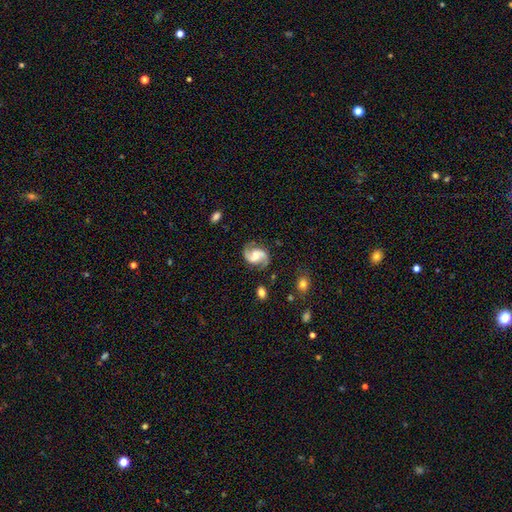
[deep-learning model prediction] smooth_or_featured: featured or disk (p=0.89) [alt: smooth p=0.06]
disk_edge_on: no (p=0.98) [alt: yes p=0.02]
bar: no (p=0.44) [alt: weak p=0.42]
has_spiral_arms: yes (p=0.98) [alt: no p=0.02]
spiral_winding: medium (p=0.49) [alt: loose p=0.40]
spiral_arm_count: 2 (p=0.94) [alt: can't tell p=0.02]
bulge_size: moderate (p=0.49) [alt: small p=0.28]
merging: none (p=0.82) [alt: minor disturbance p=0.12]